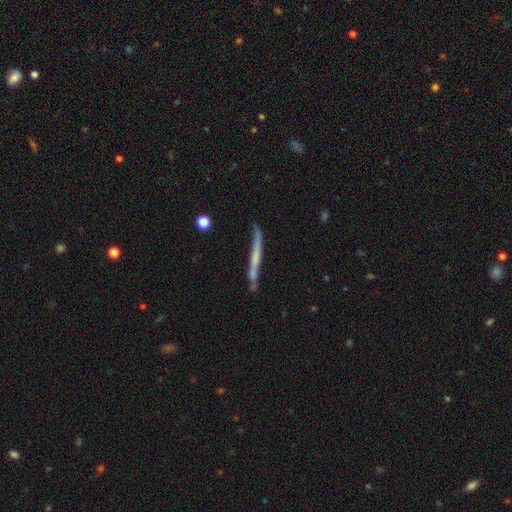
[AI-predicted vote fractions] This appears to be a featured or disk galaxy (51%) viewed edge-on (92%). Merging: none (70%).